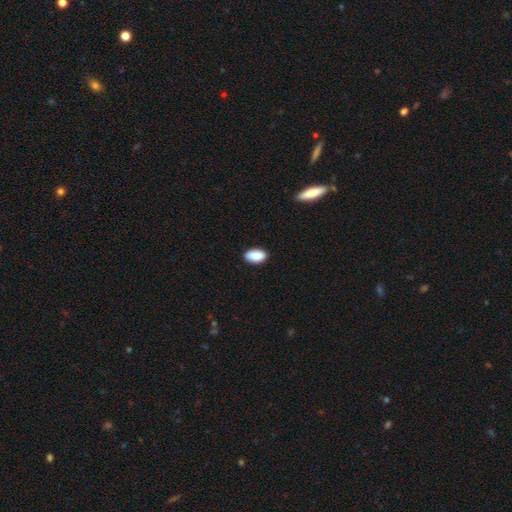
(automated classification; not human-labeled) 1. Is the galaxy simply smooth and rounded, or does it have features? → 91% smooth, 7% star or artifact, 3% featured or disk.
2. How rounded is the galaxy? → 94% in between, 4% round, 2% cigar-shaped.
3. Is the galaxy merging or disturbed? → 89% none, 9% minor disturbance, 2% major disturbance, 1% merger.